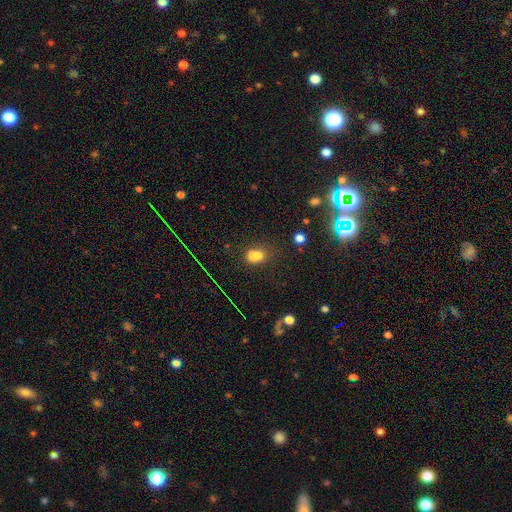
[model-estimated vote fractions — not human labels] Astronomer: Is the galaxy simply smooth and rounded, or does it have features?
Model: smooth — 68%.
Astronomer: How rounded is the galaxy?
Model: in between — 57% (runner-up: round, 41%).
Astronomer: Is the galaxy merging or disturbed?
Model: none — 37%, tied with merger at 37%.